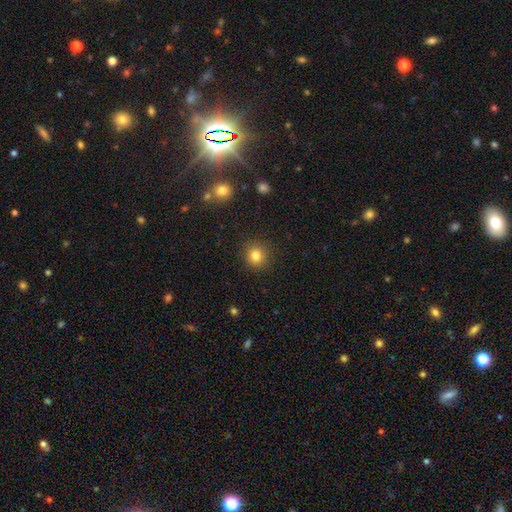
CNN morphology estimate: smooth 82%, star or artifact 12%, featured or disk 6%. Down the decision tree: how rounded — round (89%); merging — none (90%).